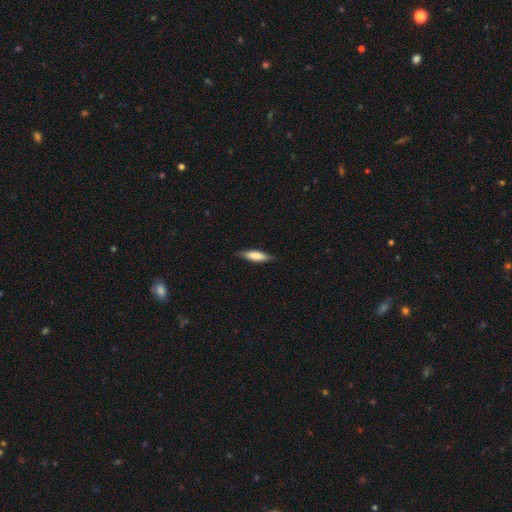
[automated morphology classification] Smooth or featured: smooth — 76% (featured or disk — 18%)
How rounded: cigar-shaped — 62% (in between — 37%)
Merging: none — 85% (minor disturbance — 12%)